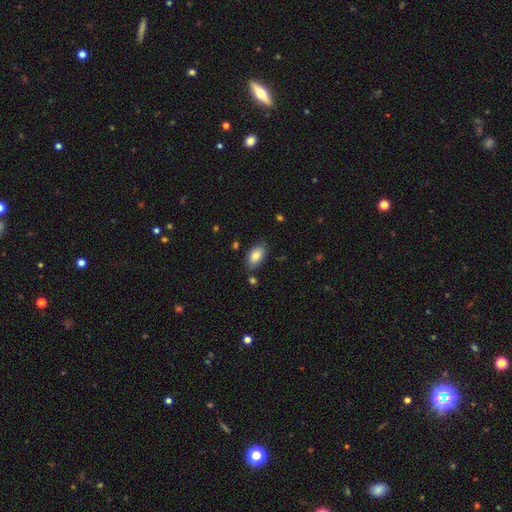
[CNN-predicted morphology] A smooth galaxy with no disk features (84%) that is in between round and cigar-shaped (93%).

Vote fractions:
- Smooth or featured? smooth: 84% / featured or disk: 9% / star or artifact: 7%
- How rounded? in between: 93% / round: 4% / cigar-shaped: 2%
- Merging? none: 79% / minor disturbance: 14% / merger: 4% / major disturbance: 3%